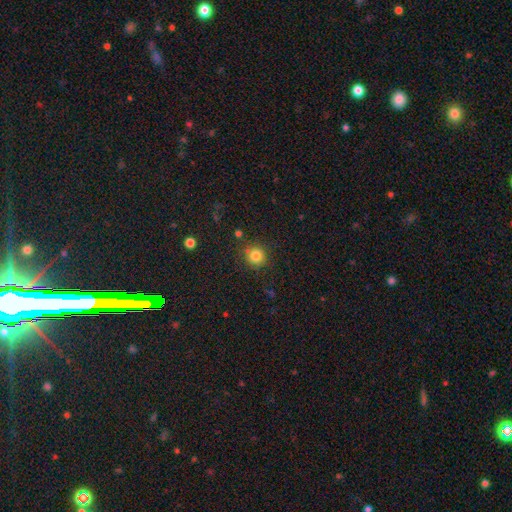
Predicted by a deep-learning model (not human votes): Overall: smooth (82%). How rounded: round (93%). Merging: none (85%).